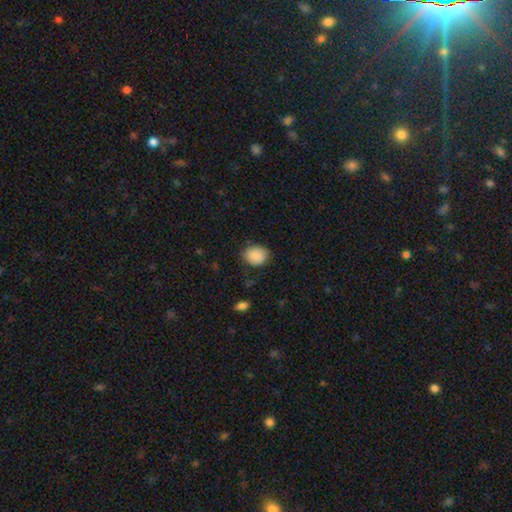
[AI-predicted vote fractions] A smooth galaxy with no disk features (88%) that is round (55%).

Vote fractions:
- Smooth or featured? smooth: 88% / star or artifact: 7% / featured or disk: 5%
- How rounded? round: 55% / in between: 44% / cigar-shaped: 1%
- Merging? none: 77% / minor disturbance: 17% / major disturbance: 4% / merger: 1%